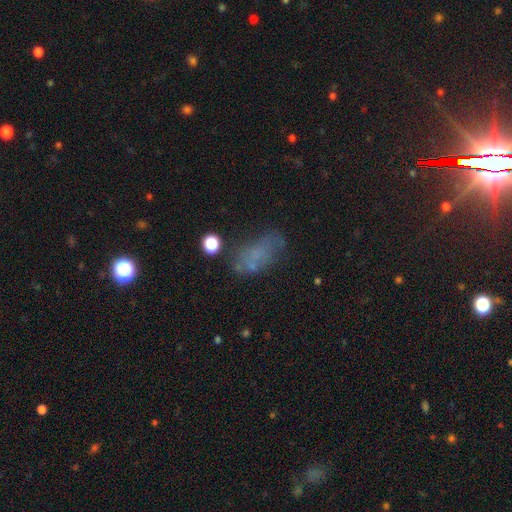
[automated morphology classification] This appears to be a smooth galaxy with no disk features (53%) that is in between round and cigar-shaped (85%). Merging: none (51%).